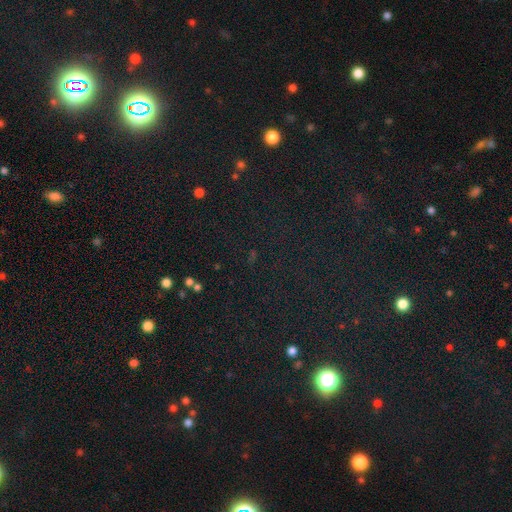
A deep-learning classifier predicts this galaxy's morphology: The model was most divided on "smooth or featured": star or artifact: 73%, smooth: 18%, featured or disk: 8%.